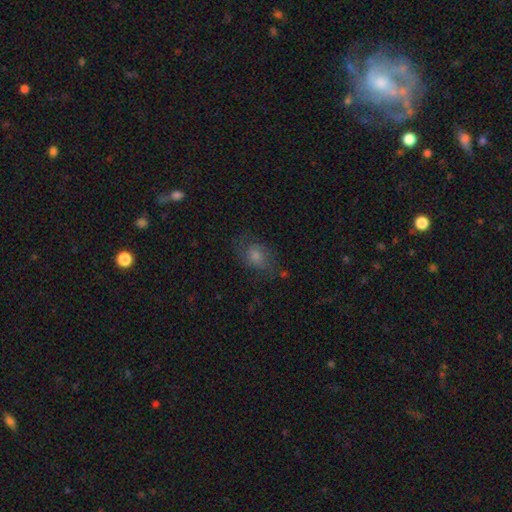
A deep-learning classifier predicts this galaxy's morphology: The model was most divided on "smooth or featured": smooth: 46%, featured or disk: 32%, star or artifact: 22%. More confident: merging — none (66%).